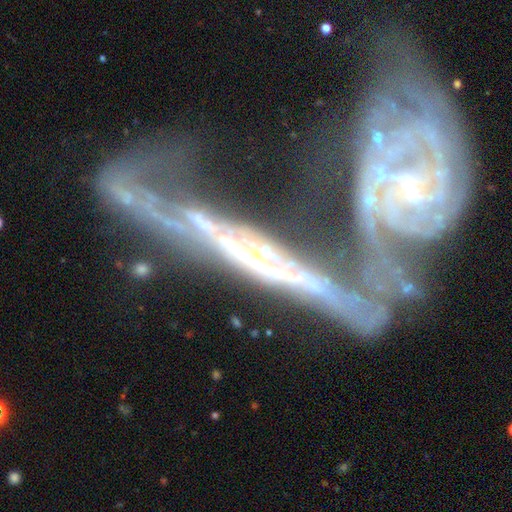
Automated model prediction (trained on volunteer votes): Smooth or featured? Predicted: featured or disk (p=0.86). Edge-on disk? Predicted: yes (p=0.55). Merging? Predicted: merger (p=0.64).